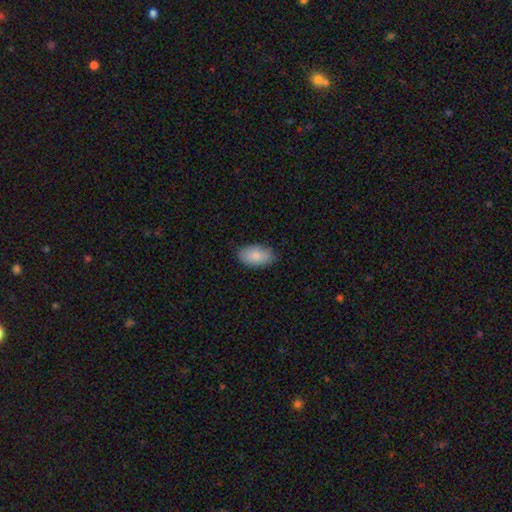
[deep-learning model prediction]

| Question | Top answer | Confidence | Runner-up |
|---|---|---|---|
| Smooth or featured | smooth | 86% | featured or disk (8%) |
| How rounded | in between | 94% | round (4%) |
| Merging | none | 84% | minor disturbance (13%) |